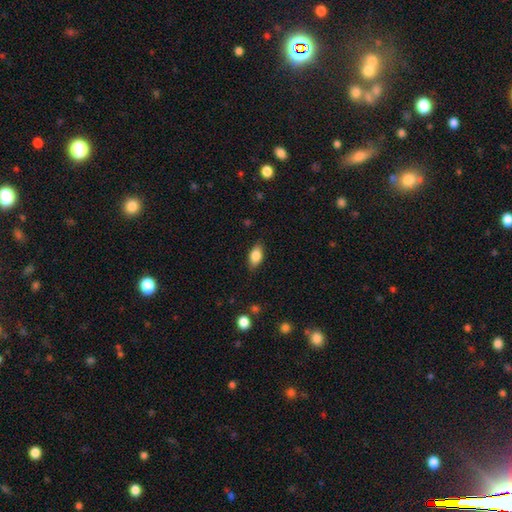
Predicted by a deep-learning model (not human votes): A smooth galaxy with no disk features (83%) that is in between round and cigar-shaped (89%). Merging: none (83%).